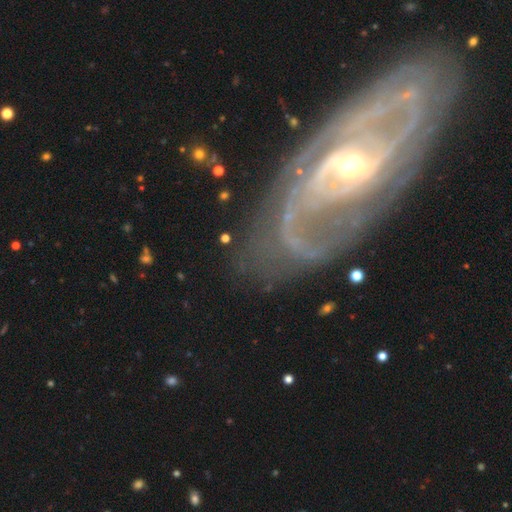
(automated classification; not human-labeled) Morphology: type=featured or disk (82%); edge-on=no (94%); bar=no (46%); spiral arms=yes (83%); winding=tight (45%); arm count=2 (45%); bulge=small (47%); merging=none (58%).